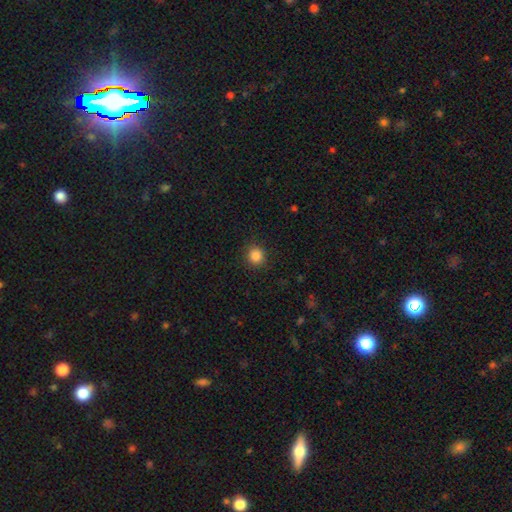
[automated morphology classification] smooth_or_featured: smooth (p=0.86) [alt: star or artifact p=0.11]
how_rounded: round (p=0.90) [alt: in between p=0.09]
merging: none (p=0.90) [alt: minor disturbance p=0.07]